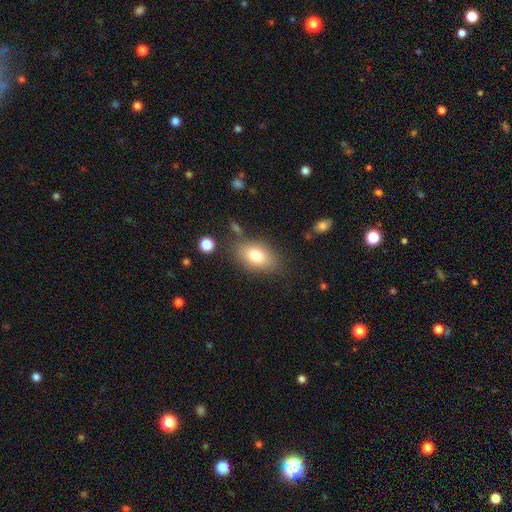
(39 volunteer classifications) This appears to be a smooth galaxy with no disk features (82%) that is in between round and cigar-shaped (88%). Merging: none (77%).